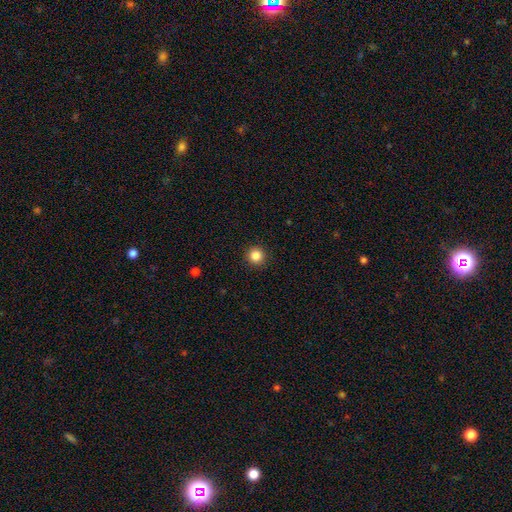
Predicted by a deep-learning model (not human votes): The model was most divided on "smooth or featured": smooth: 85%, star or artifact: 11%, featured or disk: 4%. More confident: how rounded — round (96%); merging — none (93%).